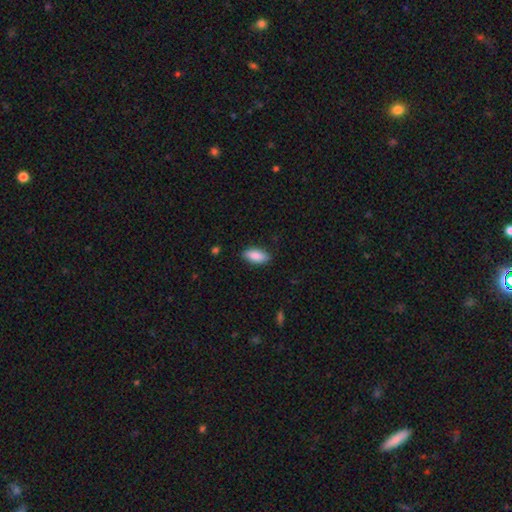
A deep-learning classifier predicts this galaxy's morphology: Smooth or featured?
  - smooth: 85% *
  - featured or disk: 8%
  - star or artifact: 6%
How rounded?
  - in between: 87% *
  - cigar-shaped: 10%
  - round: 2%
Merging?
  - none: 85% *
  - minor disturbance: 12%
  - major disturbance: 2%
  - merger: 1%